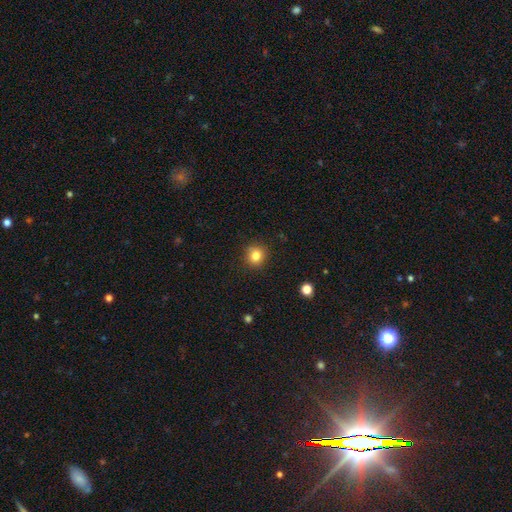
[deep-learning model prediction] The model was most divided on "smooth or featured": smooth: 82%, star or artifact: 12%, featured or disk: 6%. More confident: how rounded — round (89%); merging — none (87%).